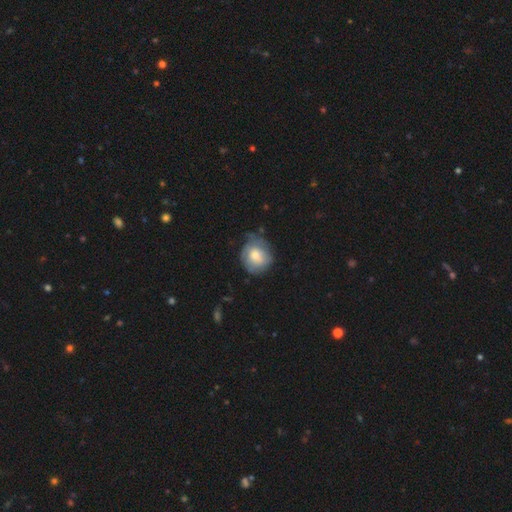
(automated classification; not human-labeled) This appears to be a smooth galaxy with no disk features (64%) that is round (80%). Merging: none (58%).